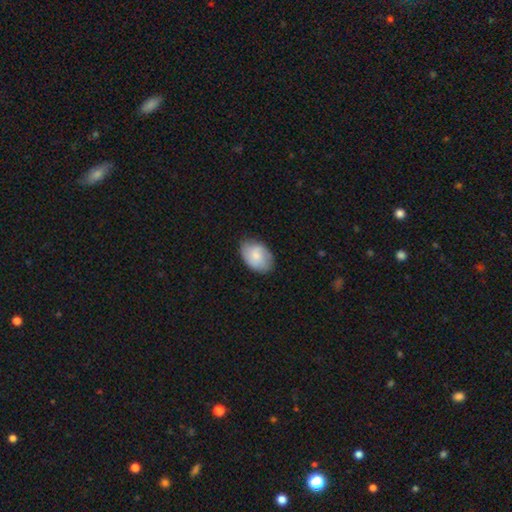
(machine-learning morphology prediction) Smooth or featured? Predicted: smooth (p=0.74). How rounded? Predicted: in between (p=0.86). Merging? Predicted: none (p=0.76).